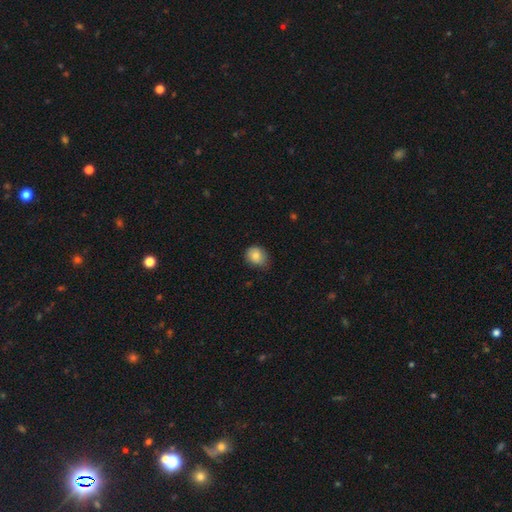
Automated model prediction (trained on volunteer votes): smooth_or_featured: smooth (p=0.83) [alt: star or artifact p=0.09]
how_rounded: round (p=0.62) [alt: in between p=0.37]
merging: none (p=0.59) [alt: minor disturbance p=0.34]